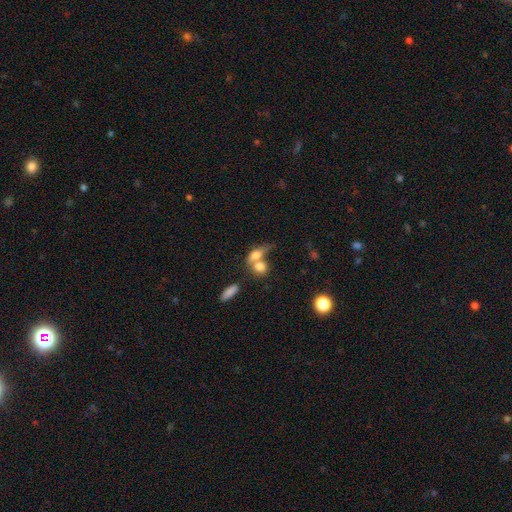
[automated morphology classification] smooth-or-featured: smooth: 69% | featured or disk: 22% | star or artifact: 10%
  how-rounded: in between: 60% | round: 28% | cigar-shaped: 11%
  merging: merger: 58% | none: 25% | minor disturbance: 9% | major disturbance: 8%